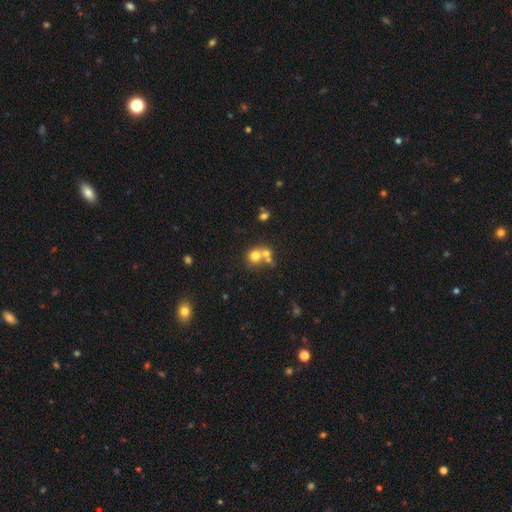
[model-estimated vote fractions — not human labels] Smooth or featured? Predicted: smooth (p=0.70). How rounded? Predicted: round (p=0.82). Merging? Predicted: merger (p=0.51).